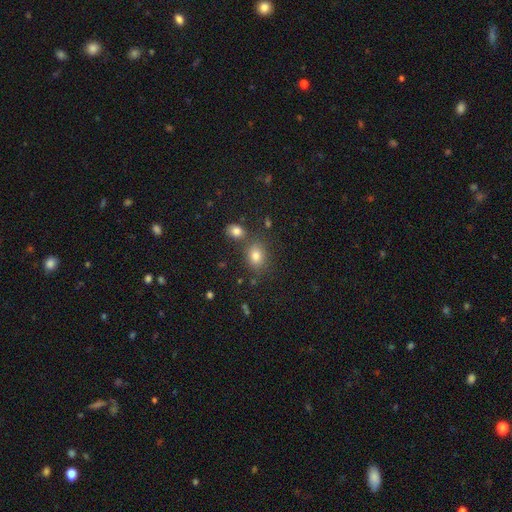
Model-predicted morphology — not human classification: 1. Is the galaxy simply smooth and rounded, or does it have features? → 79% smooth, 13% star or artifact, 8% featured or disk.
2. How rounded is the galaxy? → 59% in between, 39% round, 1% cigar-shaped.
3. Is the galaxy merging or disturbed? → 70% none, 15% merger, 12% minor disturbance, 4% major disturbance.